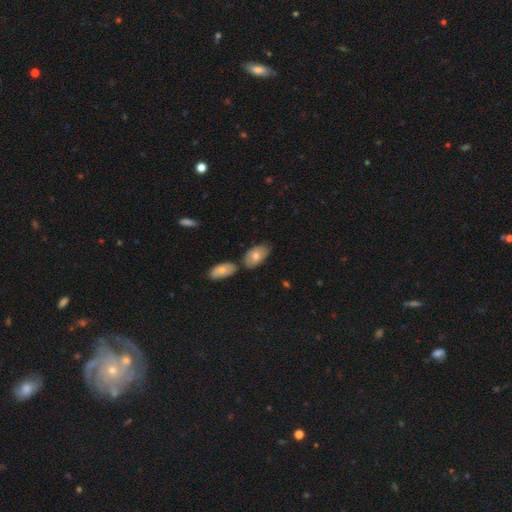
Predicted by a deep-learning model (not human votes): Smooth or featured? smooth (69%)
How rounded? in between (93%)
Merging? none (63%)